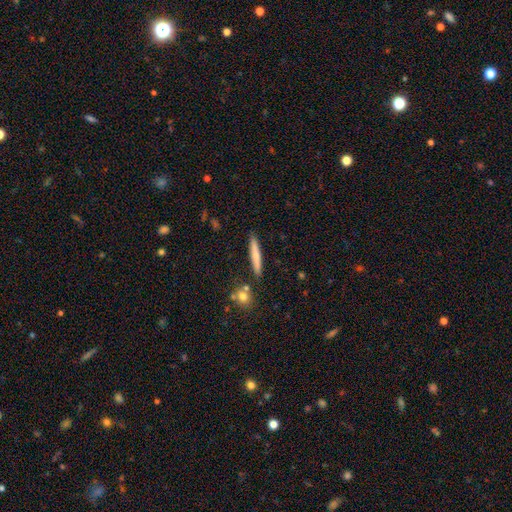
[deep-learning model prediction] Smooth or featured? smooth (67%)
How rounded? cigar-shaped (93%)
Merging? none (87%)